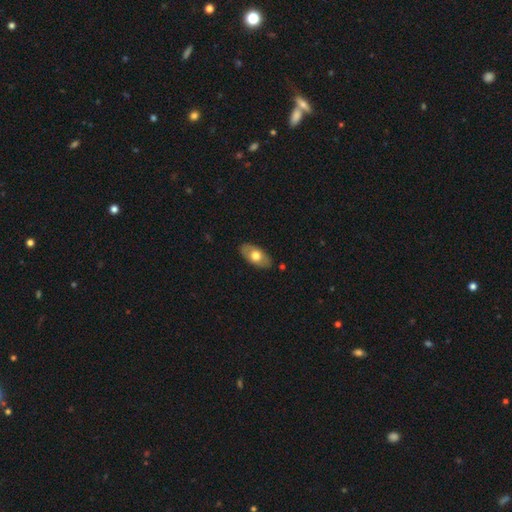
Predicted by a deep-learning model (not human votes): A smooth galaxy with no disk features (63%) that is in between round and cigar-shaped (92%).

Vote fractions:
- Smooth or featured? smooth: 63% / featured or disk: 31% / star or artifact: 6%
- How rounded? in between: 92% / round: 4% / cigar-shaped: 4%
- Merging? none: 86% / minor disturbance: 11% / major disturbance: 2% / merger: 1%